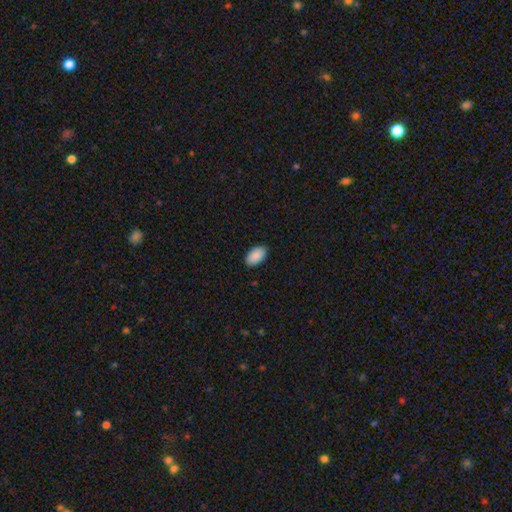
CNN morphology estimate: smooth 91%, star or artifact 6%, featured or disk 3%. Down the decision tree: how rounded — in between (95%); merging — none (89%).